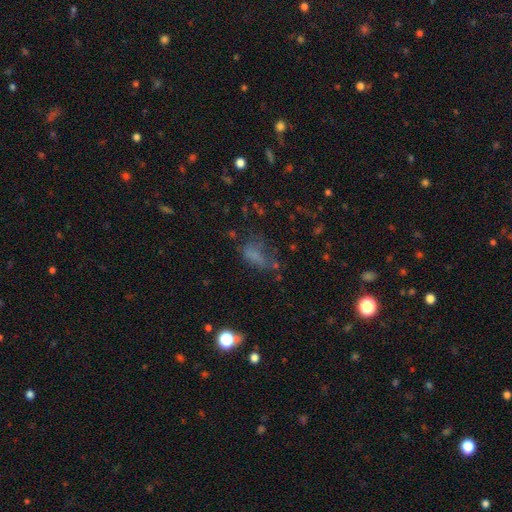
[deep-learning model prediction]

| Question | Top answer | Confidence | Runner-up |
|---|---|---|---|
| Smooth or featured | smooth | 60% | star or artifact (21%) |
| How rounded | in between | 78% | cigar-shaped (11%) |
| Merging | major disturbance | 34% | tied: none (34%) |